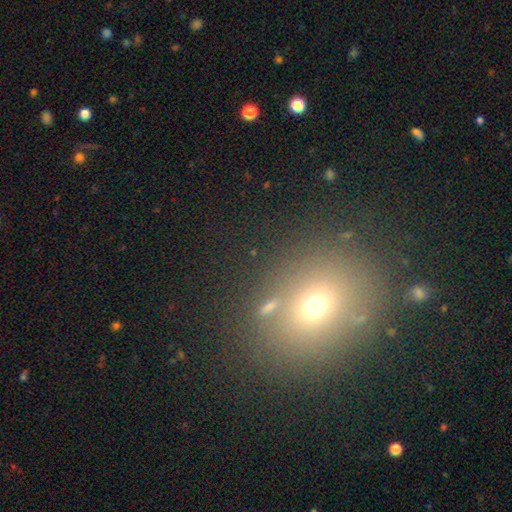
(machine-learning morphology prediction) The model was most divided on "how rounded": round: 60%, in between: 39%, cigar-shaped: 1%. More confident: merging — none (80%); smooth or featured — smooth (61%).